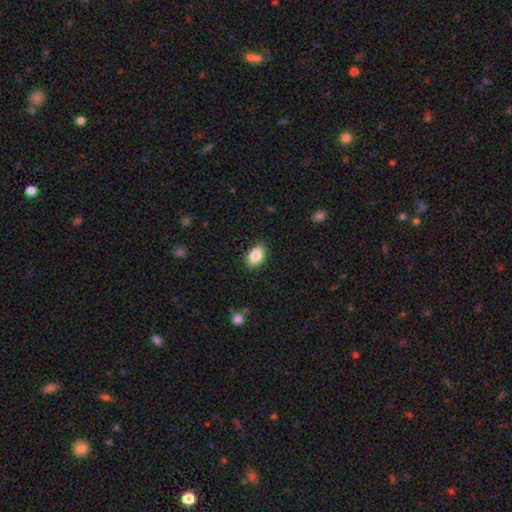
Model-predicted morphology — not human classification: type=smooth (86%); roundness=in between (89%); merging=none (87%).